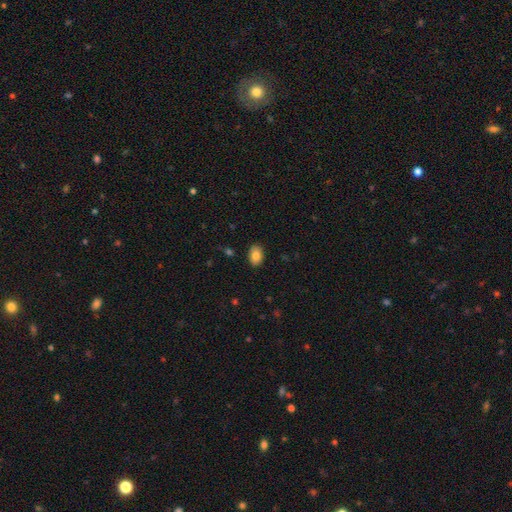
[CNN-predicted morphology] The model was most divided on "how rounded": in between: 84%, round: 15%, cigar-shaped: 1%. More confident: merging — none (88%); smooth or featured — smooth (83%).